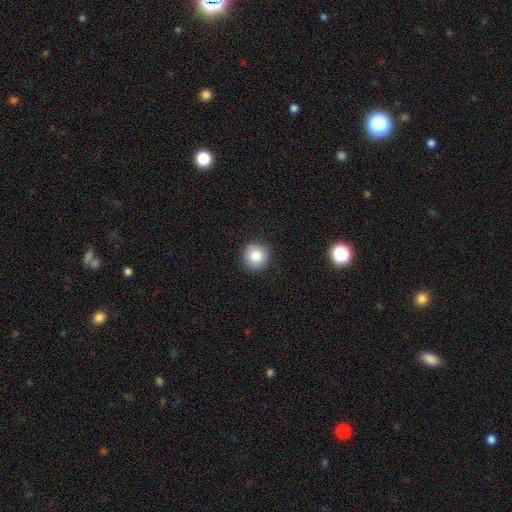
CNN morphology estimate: Smooth or featured?
  - smooth: 85% *
  - star or artifact: 9%
  - featured or disk: 6%
How rounded?
  - round: 93% *
  - in between: 6%
  - cigar-shaped: 1%
Merging?
  - none: 90% *
  - minor disturbance: 7%
  - major disturbance: 2%
  - merger: 1%